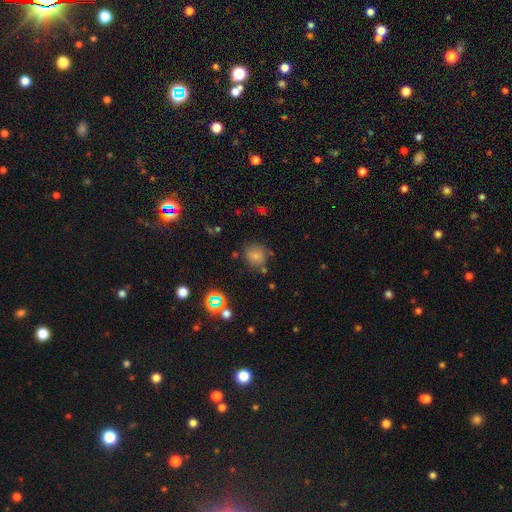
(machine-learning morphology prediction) Smooth or featured?
  - smooth: 74% *
  - star or artifact: 18%
  - featured or disk: 8%
How rounded?
  - round: 78% *
  - in between: 21%
  - cigar-shaped: 1%
Merging?
  - none: 73% *
  - minor disturbance: 15%
  - merger: 6%
  - major disturbance: 5%